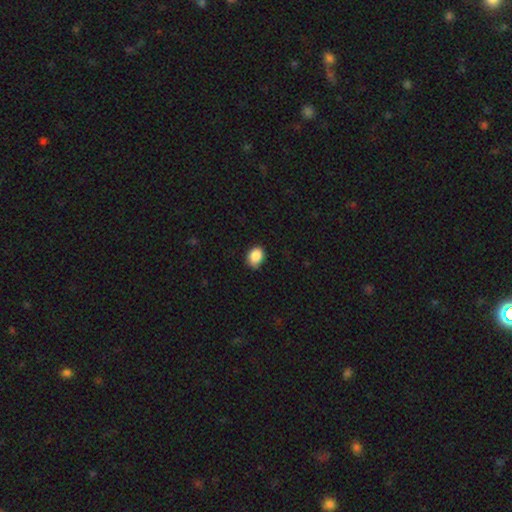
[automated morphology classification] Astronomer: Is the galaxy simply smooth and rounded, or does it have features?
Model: smooth — 88%.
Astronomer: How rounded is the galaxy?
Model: in between — 59% (runner-up: round, 40%).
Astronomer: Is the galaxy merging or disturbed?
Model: none — 75%.